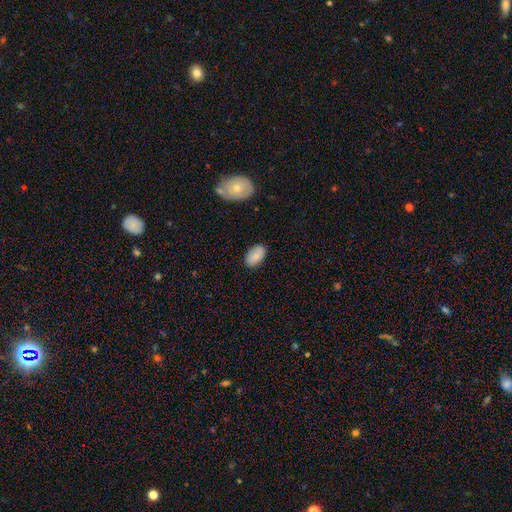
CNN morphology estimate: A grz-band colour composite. It shows a smooth galaxy with no disk features (80%) that is in between round and cigar-shaped (94%). Merging: none (82%).